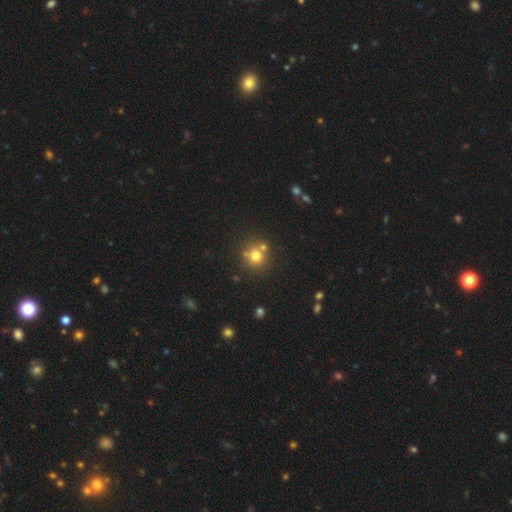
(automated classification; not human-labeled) A smooth galaxy with no disk features (71%) that is round (90%). Merging: none (68%).